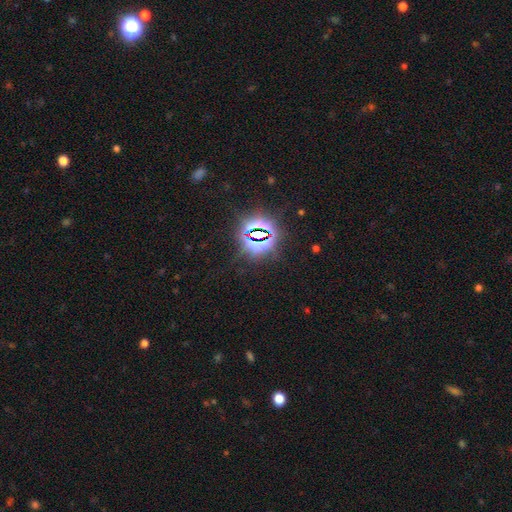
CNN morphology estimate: smooth_or_featured: star or artifact (p=0.82) [alt: smooth p=0.11]